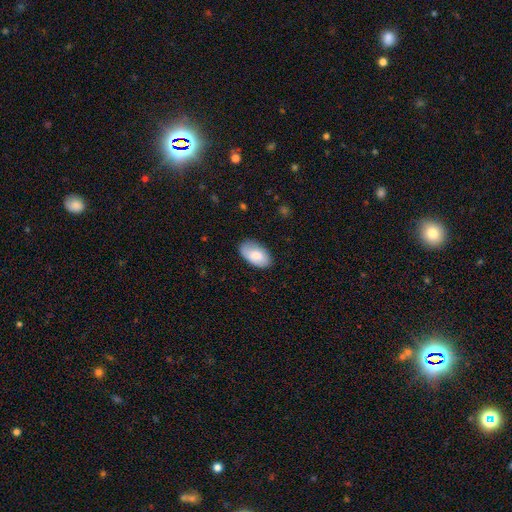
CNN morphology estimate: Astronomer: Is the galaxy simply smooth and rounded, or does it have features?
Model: smooth — 79%.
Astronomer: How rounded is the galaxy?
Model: in between — 95%.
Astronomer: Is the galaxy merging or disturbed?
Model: none — 81%.